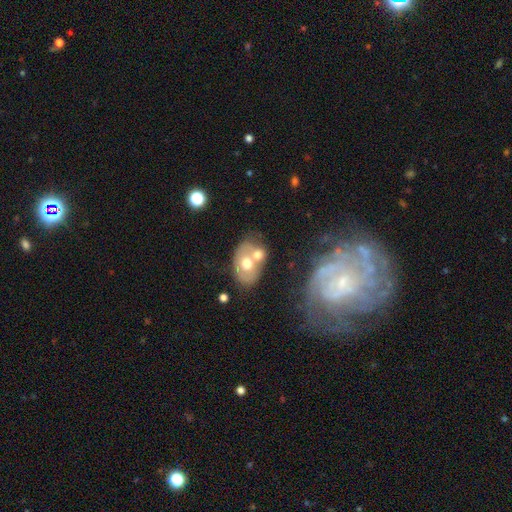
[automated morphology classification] Smooth or featured? Predicted: featured or disk (p=0.51). Edge-on disk? Predicted: no (p=0.94). Merging? Predicted: none (p=0.43).